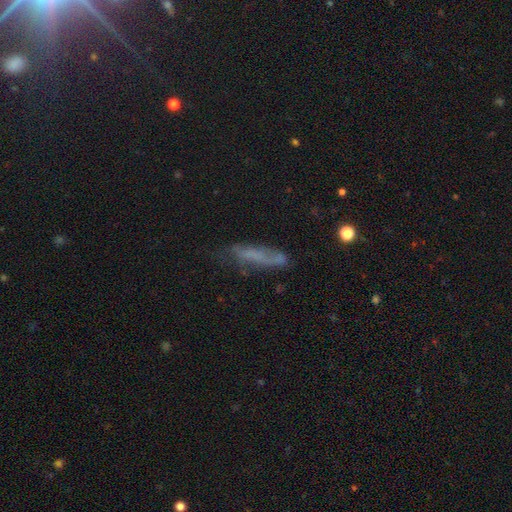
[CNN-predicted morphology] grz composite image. It shows a smooth galaxy with no disk features (49%). Merging: none (49%).